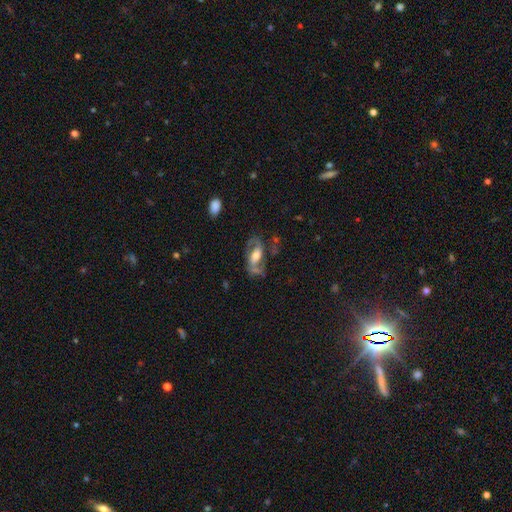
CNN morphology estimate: smooth_or_featured: featured or disk (p=0.74) [alt: smooth p=0.20]
disk_edge_on: no (p=0.89) [alt: yes p=0.11]
bar: no (p=0.35) [tied with: weak p=0.35]
has_spiral_arms: yes (p=0.81) [alt: no p=0.19]
spiral_winding: medium (p=0.47) [alt: loose p=0.36]
spiral_arm_count: 2 (p=0.85) [alt: can't tell p=0.08]
bulge_size: moderate (p=0.54) [alt: large p=0.25]
merging: none (p=0.59) [alt: minor disturbance p=0.20]